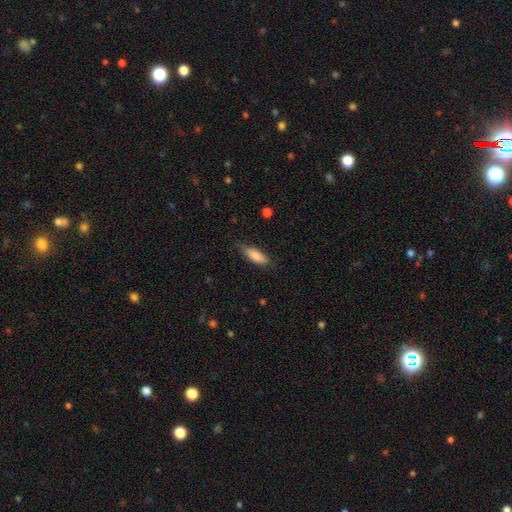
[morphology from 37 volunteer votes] Smooth or featured?
  - smooth: 95% *
  - featured or disk: 3%
  - star or artifact: 3%
How rounded?
  - in between: 77% *
  - cigar-shaped: 20%
  - round: 3%
Merging?
  - none: 86% *
  - minor disturbance: 8%
  - major disturbance: 6%
  - merger: 0%